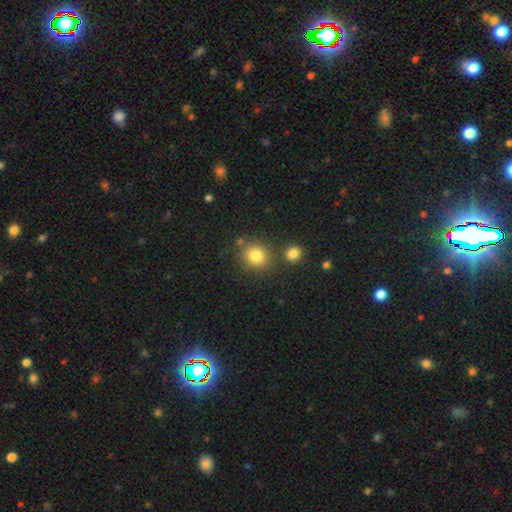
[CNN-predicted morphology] A smooth galaxy with no disk features (82%) that is round (83%). Merging: none (75%).